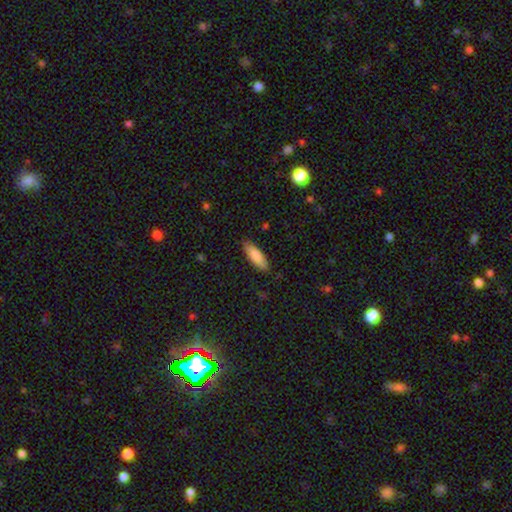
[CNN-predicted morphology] Smooth or featured? smooth (83%)
How rounded? in between (54%)
Merging? none (85%)